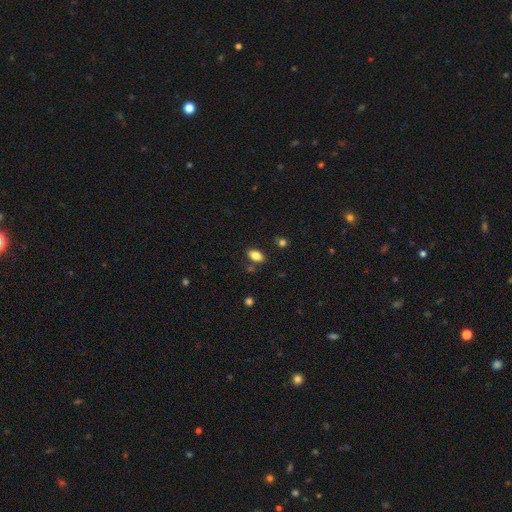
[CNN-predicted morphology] smooth 83%, star or artifact 9%, featured or disk 8%. Down the decision tree: how rounded — in between (90%); merging — none (80%).